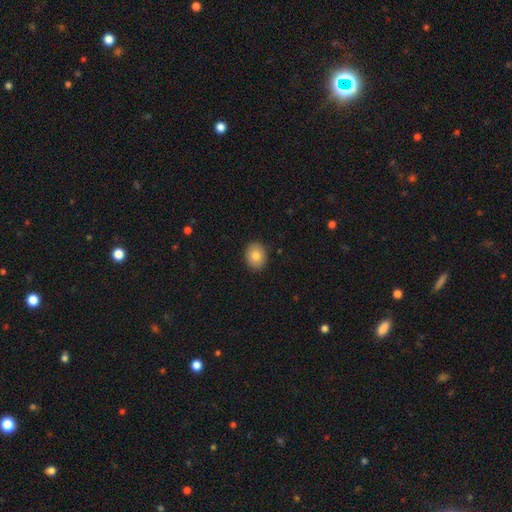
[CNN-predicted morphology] type=smooth (82%); roundness=round (53%); merging=none (90%).